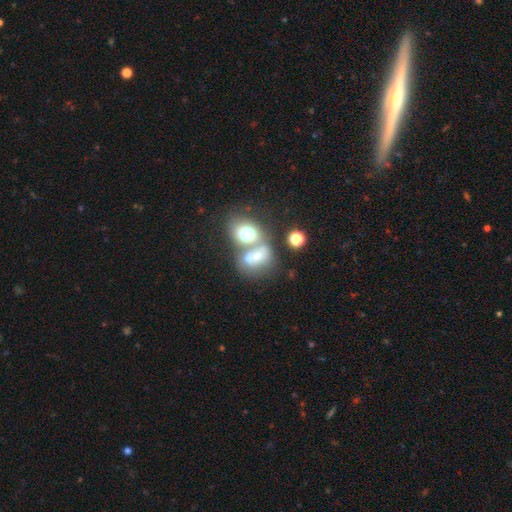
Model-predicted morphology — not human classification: A smooth galaxy with no disk features (57%) that is in between round and cigar-shaped (53%).

Vote fractions:
- Smooth or featured? smooth: 57% / featured or disk: 28% / star or artifact: 15%
- How rounded? in between: 53% / round: 45% / cigar-shaped: 2%
- Merging? merger: 64% / none: 22% / minor disturbance: 8% / major disturbance: 6%